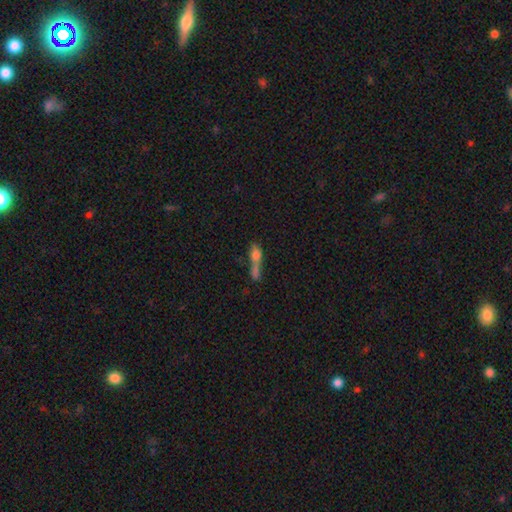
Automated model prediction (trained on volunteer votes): A smooth galaxy with no disk features (58%) that is cigar-shaped (47%).

Vote fractions:
- Smooth or featured? smooth: 58% / featured or disk: 28% / star or artifact: 14%
- How rounded? cigar-shaped: 47% / in between: 41% / round: 12%
- Merging? merger: 48% / none: 24% / major disturbance: 15% / minor disturbance: 12%